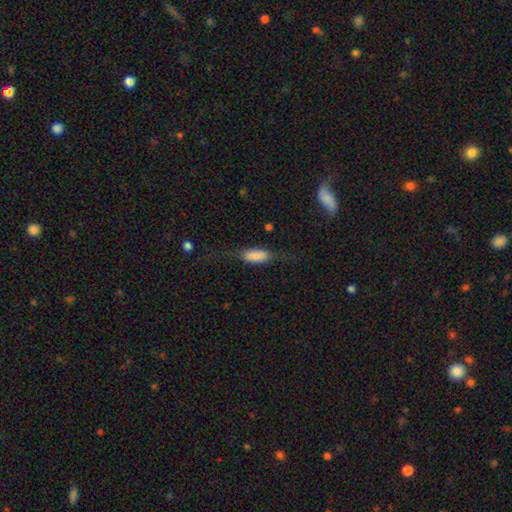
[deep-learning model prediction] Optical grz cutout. It shows a smooth galaxy with no disk features (76%) that is in between round and cigar-shaped (73%). Merging: none (53%).